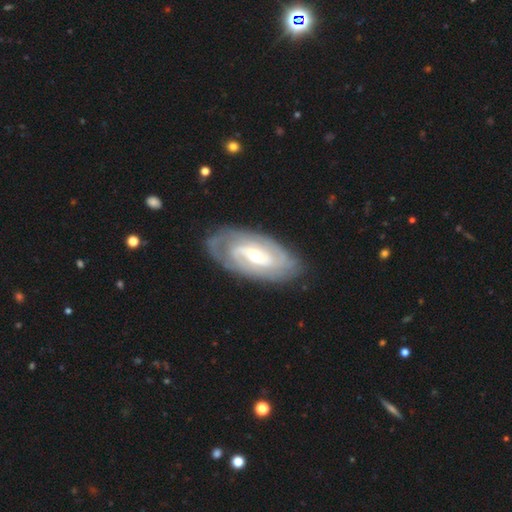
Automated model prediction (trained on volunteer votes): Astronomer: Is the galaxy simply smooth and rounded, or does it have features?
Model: featured or disk — 85%.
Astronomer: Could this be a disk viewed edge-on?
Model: no — 94%.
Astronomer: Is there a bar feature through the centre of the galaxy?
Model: weak — 42% (runner-up: no, 32%).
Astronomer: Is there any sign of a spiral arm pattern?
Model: yes — 94%.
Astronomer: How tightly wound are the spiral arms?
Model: tight — 62%.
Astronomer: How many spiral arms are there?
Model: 2 — 43% (runner-up: can't tell, 27%).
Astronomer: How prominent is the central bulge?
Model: moderate — 48%, tied with small at 48%.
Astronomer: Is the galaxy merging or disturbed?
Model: none — 81%.